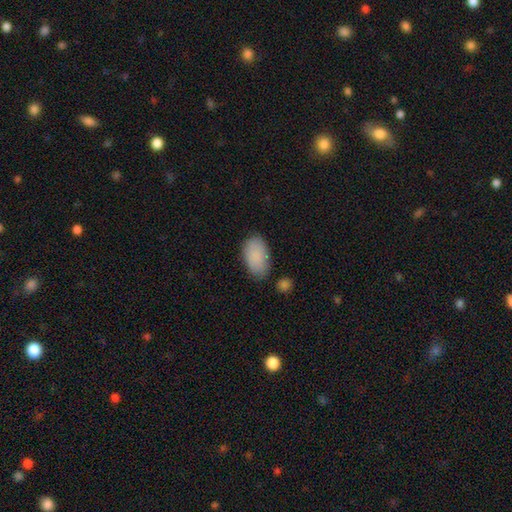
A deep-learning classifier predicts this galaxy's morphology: A smooth galaxy with no disk features (88%) that is in between round and cigar-shaped (94%).

Vote fractions:
- Smooth or featured? smooth: 88% / star or artifact: 7% / featured or disk: 5%
- How rounded? in between: 94% / round: 4% / cigar-shaped: 2%
- Merging? none: 74% / minor disturbance: 17% / merger: 4% / major disturbance: 4%